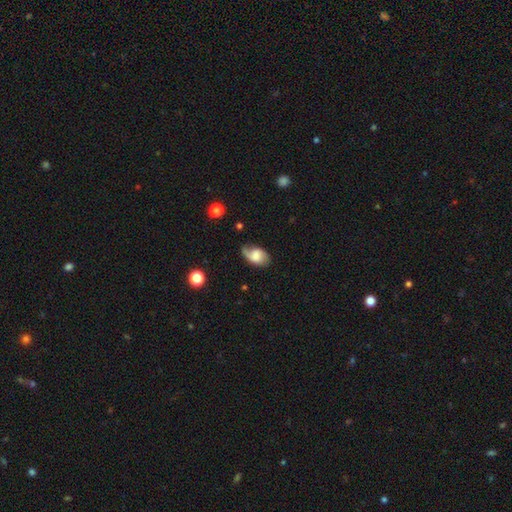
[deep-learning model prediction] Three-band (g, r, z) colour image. It shows a smooth galaxy with no disk features (47%). Merging: none (54%).